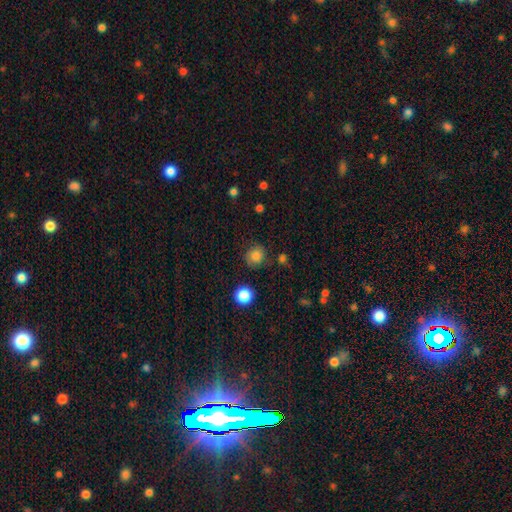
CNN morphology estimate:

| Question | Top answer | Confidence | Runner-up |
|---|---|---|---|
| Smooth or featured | smooth | 79% | star or artifact (13%) |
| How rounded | round | 86% | in between (13%) |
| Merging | none | 79% | minor disturbance (14%) |